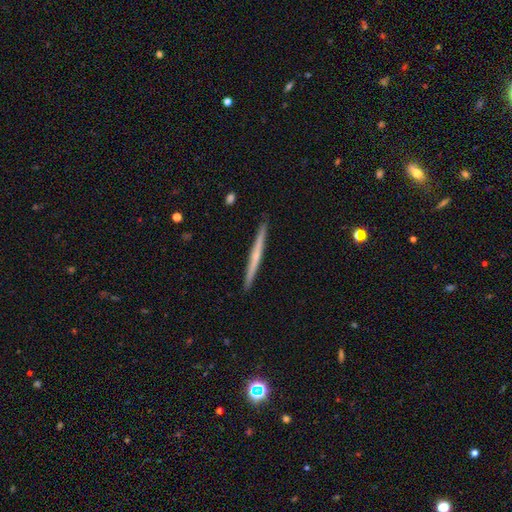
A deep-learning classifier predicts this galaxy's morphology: featured or disk 56%, smooth 39%, star or artifact 6%. Down the decision tree: edge-on disk — yes (98%); edge-on bulge — none (67%); merging — none (93%).